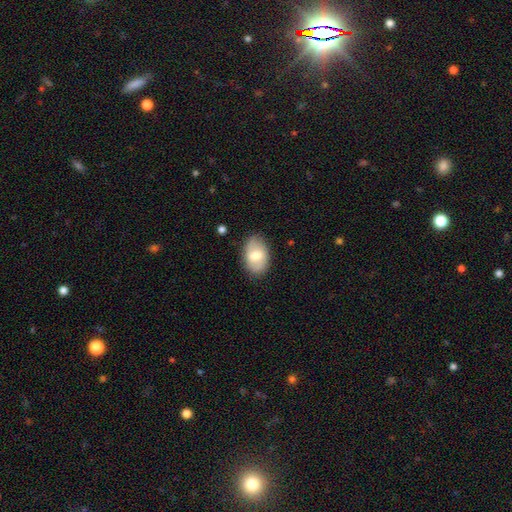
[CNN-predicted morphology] smooth_or_featured: smooth (p=0.66) [alt: featured or disk p=0.28]
how_rounded: in between (p=0.89) [alt: round p=0.10]
merging: none (p=0.82) [alt: minor disturbance p=0.13]